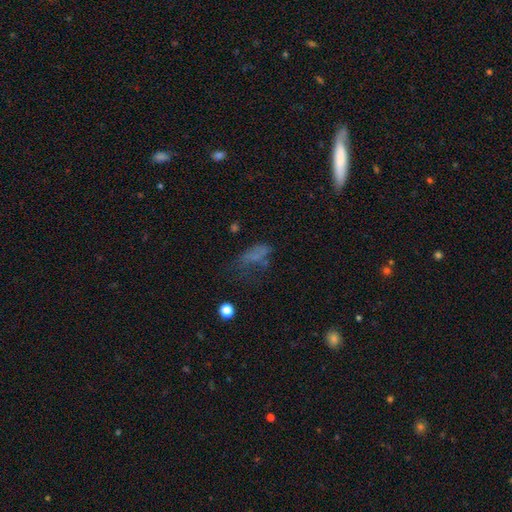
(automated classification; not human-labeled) This is possibly a smooth galaxy (50%). Merging: marginally major disturbance (38%).